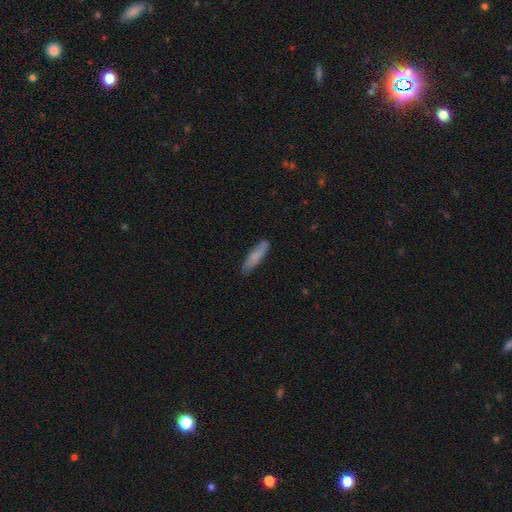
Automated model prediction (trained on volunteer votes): smooth_or_featured: smooth (p=0.78) [alt: featured or disk p=0.16]
how_rounded: cigar-shaped (p=0.75) [alt: in between p=0.23]
merging: none (p=0.82) [alt: minor disturbance p=0.14]